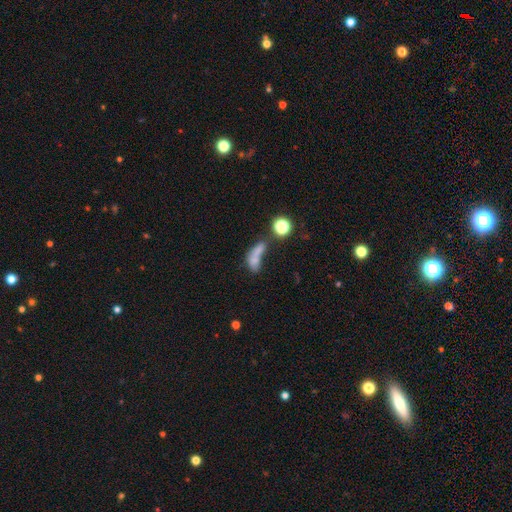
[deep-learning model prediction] The model was most divided on "merging": merger: 48%, none: 23%, major disturbance: 17%, minor disturbance: 12%. More confident: smooth or featured — smooth (63%); how rounded — in between (63%).